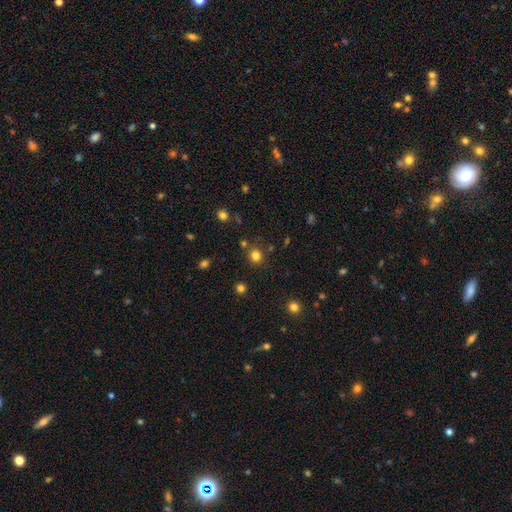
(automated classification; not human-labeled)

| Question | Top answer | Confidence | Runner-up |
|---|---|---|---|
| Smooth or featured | smooth | 79% | star or artifact (16%) |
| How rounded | round | 90% | in between (10%) |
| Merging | none | 84% | minor disturbance (7%) |